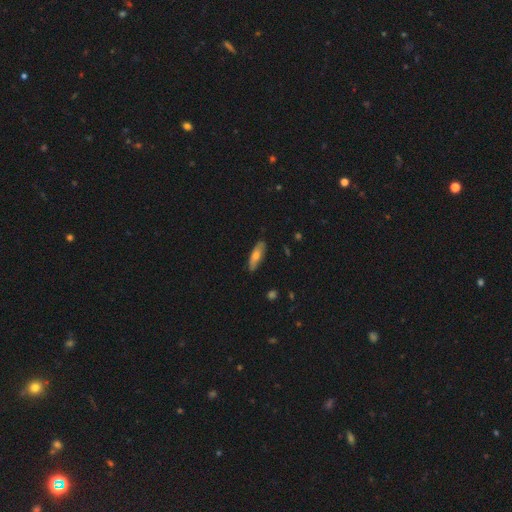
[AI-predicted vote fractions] A smooth galaxy with no disk features (63%) that is cigar-shaped (49%, tied with in between).

Vote fractions:
- Smooth or featured? smooth: 63% / featured or disk: 31% / star or artifact: 6%
- How rounded? cigar-shaped: 49% (tied) / in between: 49% (tied) / round: 2%
- Merging? none: 83% / minor disturbance: 13% / major disturbance: 2% / merger: 1%